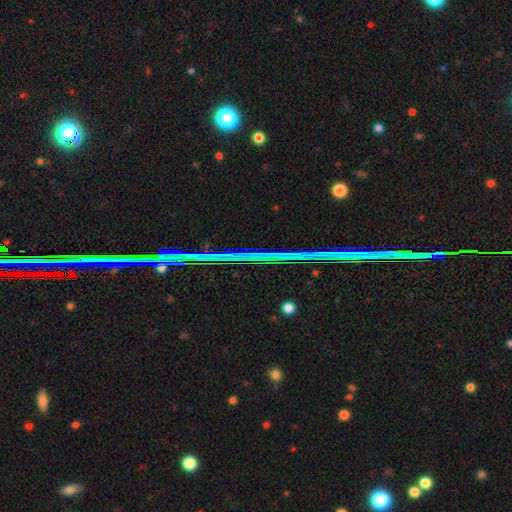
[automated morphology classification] The model was most divided on "smooth or featured": star or artifact: 84%, featured or disk: 9%, smooth: 7%.